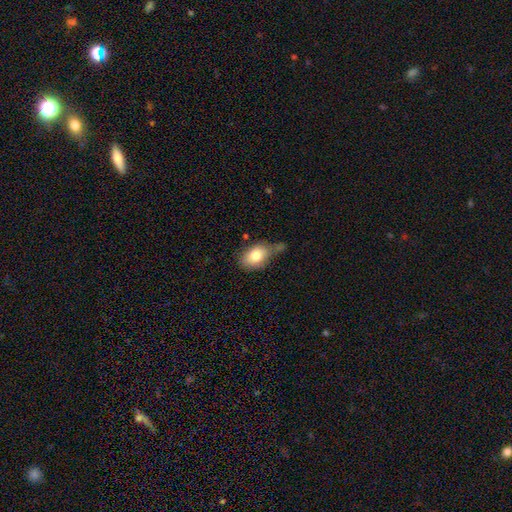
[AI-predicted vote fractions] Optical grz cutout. It shows a smooth galaxy with no disk features (79%) that is in between round and cigar-shaped (85%). Merging: none (48%).